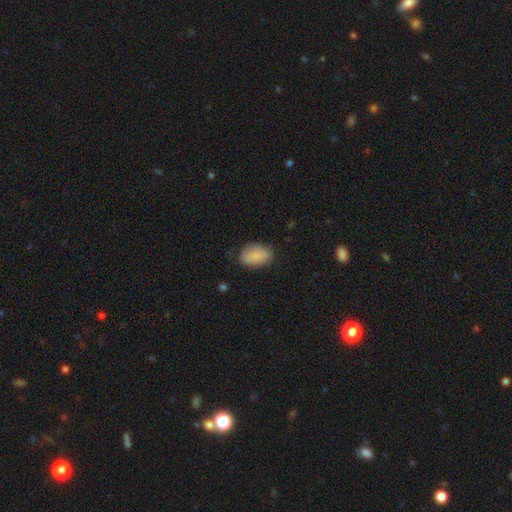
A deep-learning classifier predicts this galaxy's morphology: This is clearly a smooth galaxy (83%). How rounded: clearly in between (88%). Merging: likely none (69%).